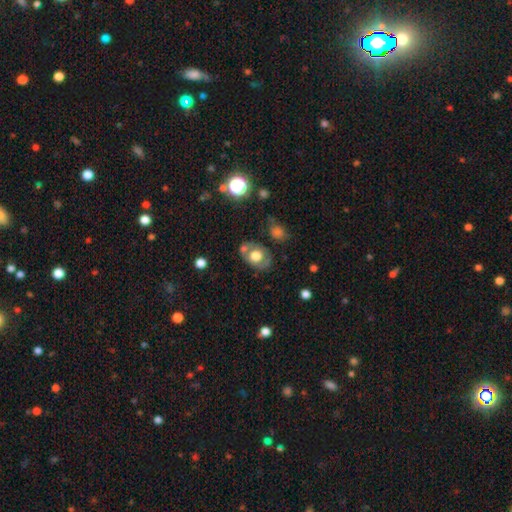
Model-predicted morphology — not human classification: The model was most divided on "smooth or featured": smooth: 55%, featured or disk: 37%, star or artifact: 8%. More confident: how rounded — in between (66%); merging — none (60%).